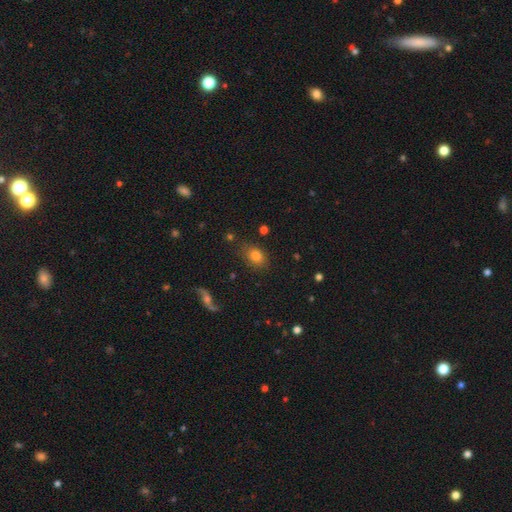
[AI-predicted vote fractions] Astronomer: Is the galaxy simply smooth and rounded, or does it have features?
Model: smooth — 78%.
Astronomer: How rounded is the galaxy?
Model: in between — 67%.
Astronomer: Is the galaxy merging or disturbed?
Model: none — 80%.